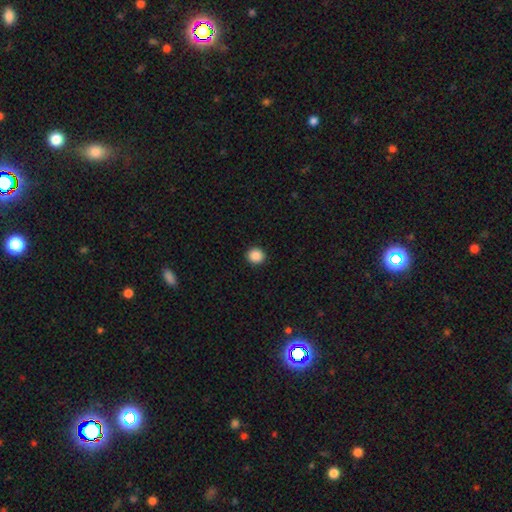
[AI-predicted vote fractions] Smooth or featured: smooth — 88% (star or artifact — 9%)
How rounded: round — 91% (in between — 8%)
Merging: none — 93% (minor disturbance — 4%)